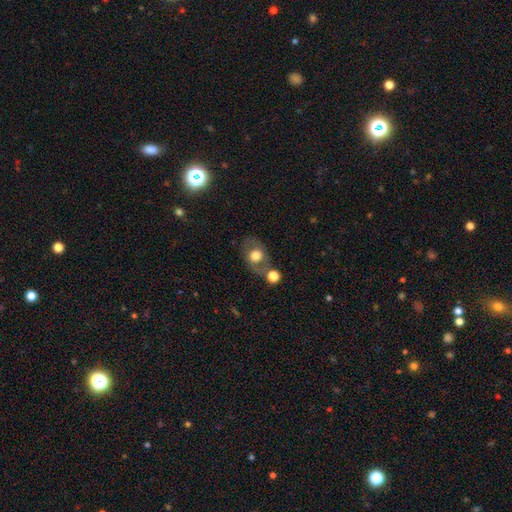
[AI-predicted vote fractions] smooth_or_featured: smooth (p=0.54) [alt: featured or disk p=0.37]
how_rounded: in between (p=0.56) [alt: round p=0.43]
merging: none (p=0.61) [alt: minor disturbance p=0.16]